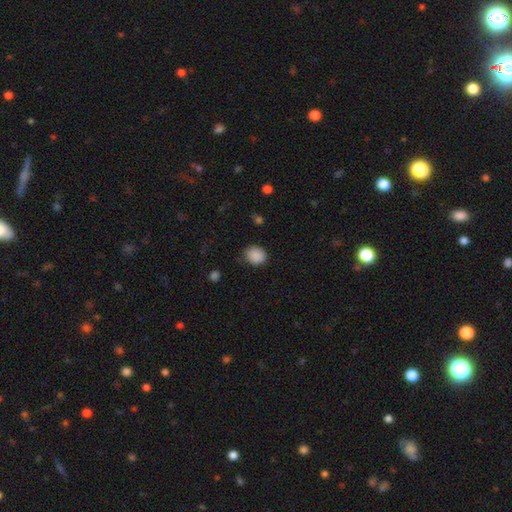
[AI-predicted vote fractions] Smooth or featured: smooth — 88% (star or artifact — 9%)
How rounded: round — 68% (in between — 31%)
Merging: none — 80% (minor disturbance — 15%)